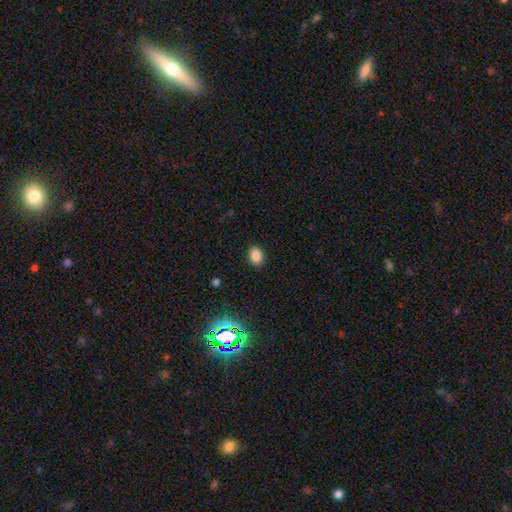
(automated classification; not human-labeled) A smooth galaxy with no disk features (85%) that is in between round and cigar-shaped (81%).

Vote fractions:
- Smooth or featured? smooth: 85% / star or artifact: 12% / featured or disk: 4%
- How rounded? in between: 81% / round: 18% / cigar-shaped: 1%
- Merging? none: 89% / minor disturbance: 8% / major disturbance: 2% / merger: 1%